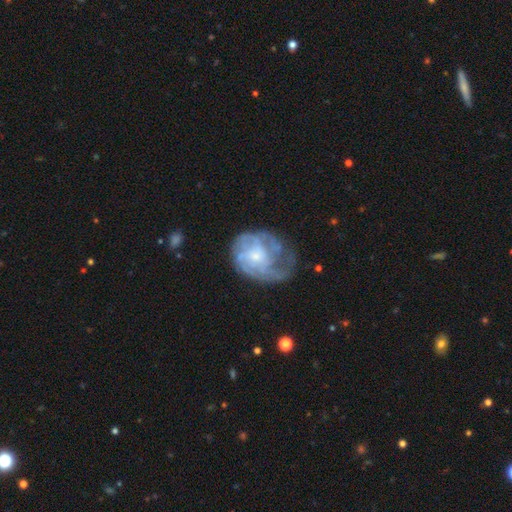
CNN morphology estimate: Q: Smooth or featured?
A: featured or disk (71%); runner-up: smooth (22%)
Q: Edge-on disk?
A: no (98%); runner-up: yes (2%)
Q: Bar?
A: no (74%); runner-up: weak (23%)
Q: Spiral arms?
A: yes (74%); runner-up: no (26%)
Q: Spiral winding?
A: tight (48%); runner-up: medium (33%)
Q: Spiral arm count?
A: can't tell (54%); runner-up: 3 (12%)
Q: Bulge size?
A: small (58%); runner-up: moderate (28%)
Q: Merging?
A: none (44%); runner-up: major disturbance (28%)